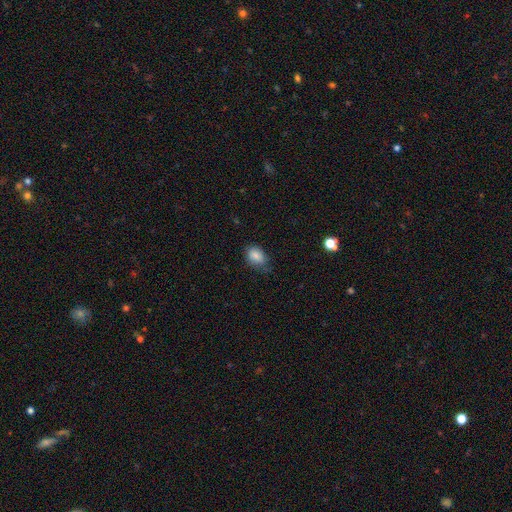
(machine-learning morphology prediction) smooth-or-featured: smooth: 81% | featured or disk: 10% | star or artifact: 9%
  how-rounded: in between: 73% | round: 25% | cigar-shaped: 1%
  merging: none: 58% | minor disturbance: 32% | major disturbance: 9% | merger: 1%